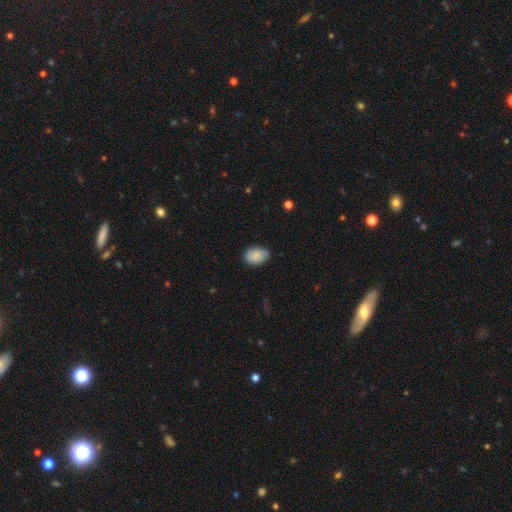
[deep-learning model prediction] A smooth galaxy with no disk features (87%) that is in between round and cigar-shaped (80%).

Vote fractions:
- Smooth or featured? smooth: 87% / star or artifact: 7% / featured or disk: 6%
- How rounded? in between: 80% / round: 19% / cigar-shaped: 1%
- Merging? none: 76% / minor disturbance: 20% / major disturbance: 3% / merger: 1%